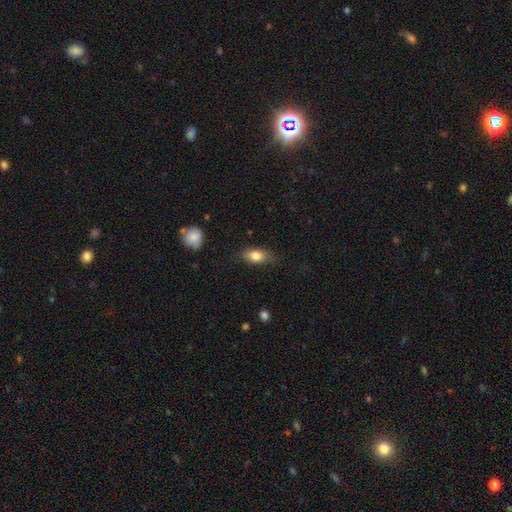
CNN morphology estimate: smooth 80%, featured or disk 13%, star or artifact 8%. Down the decision tree: how rounded — in between (82%); merging — none (70%).